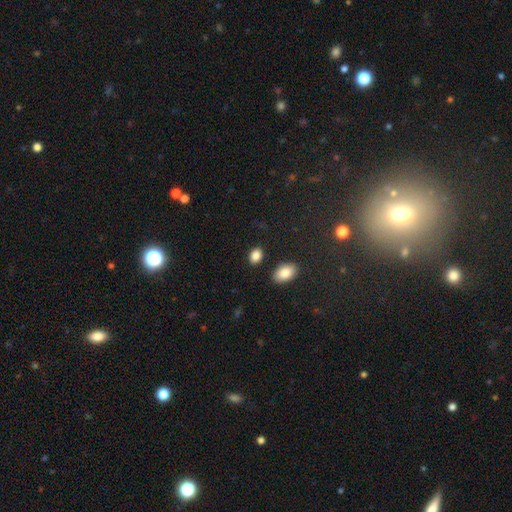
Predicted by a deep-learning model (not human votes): Smooth or featured?
  - smooth: 85% *
  - star or artifact: 9%
  - featured or disk: 6%
How rounded?
  - in between: 79% *
  - round: 19%
  - cigar-shaped: 1%
Merging?
  - none: 82% *
  - minor disturbance: 10%
  - merger: 5%
  - major disturbance: 3%